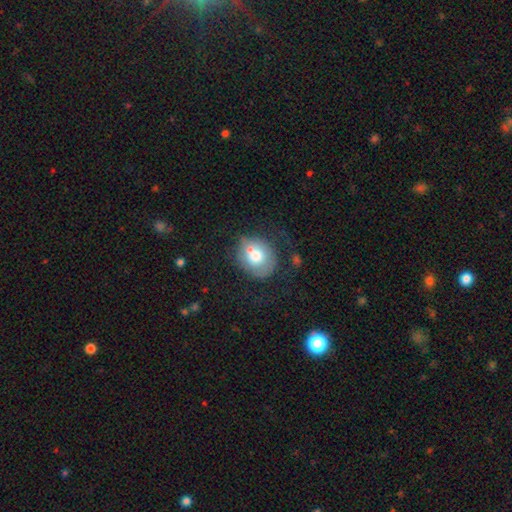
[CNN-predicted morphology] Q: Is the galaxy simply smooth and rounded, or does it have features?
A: smooth — 66%.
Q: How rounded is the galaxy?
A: round — 71%.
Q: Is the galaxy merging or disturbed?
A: none — 47%.